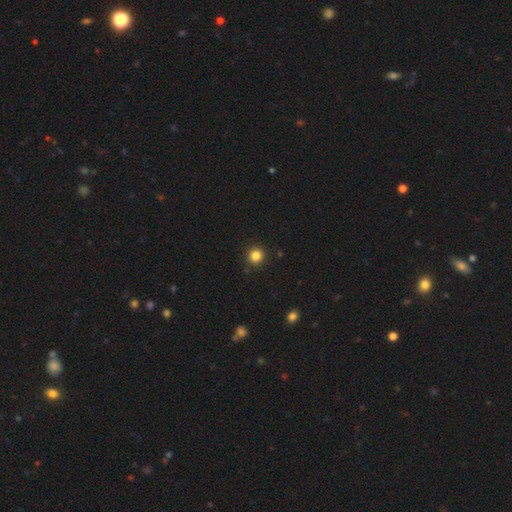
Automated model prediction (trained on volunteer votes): Smooth or featured? Predicted: smooth (p=0.84). How rounded? Predicted: round (p=0.94). Merging? Predicted: none (p=0.90).